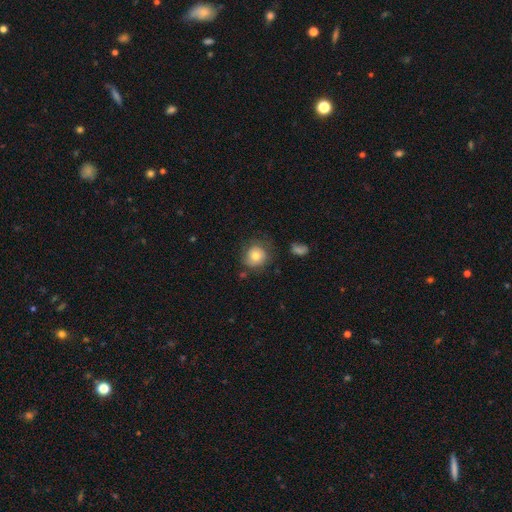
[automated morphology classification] Q: Smooth or featured?
A: smooth (72%); runner-up: featured or disk (19%)
Q: How rounded?
A: round (86%); runner-up: in between (13%)
Q: Merging?
A: none (65%); runner-up: minor disturbance (23%)